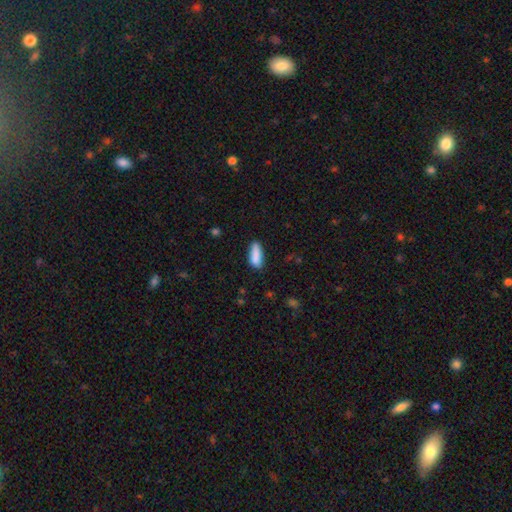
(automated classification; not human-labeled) Smooth or featured? Predicted: smooth (p=0.87). How rounded? Predicted: in between (p=0.70). Merging? Predicted: none (p=0.75).